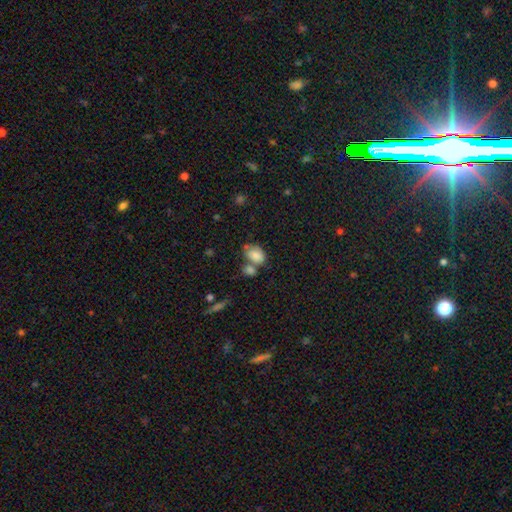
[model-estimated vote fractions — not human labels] This appears to be a smooth galaxy with no disk features (77%) that is in between round and cigar-shaped (78%). Merging: merger (38%).